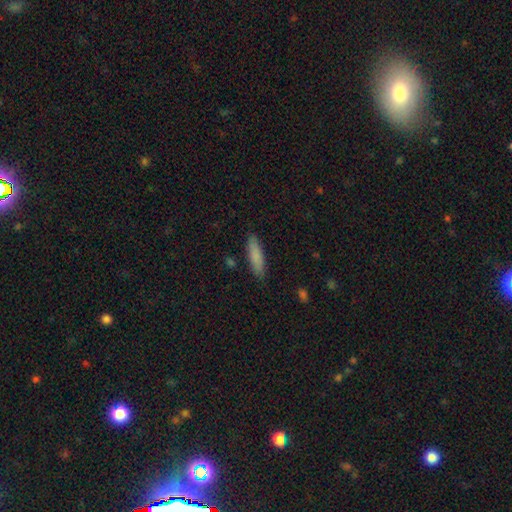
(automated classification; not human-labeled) A smooth galaxy with no disk features (83%) that is cigar-shaped (72%).

Vote fractions:
- Smooth or featured? smooth: 83% / featured or disk: 11% / star or artifact: 6%
- How rounded? cigar-shaped: 72% / in between: 26% / round: 1%
- Merging? none: 86% / minor disturbance: 10% / major disturbance: 2% / merger: 1%